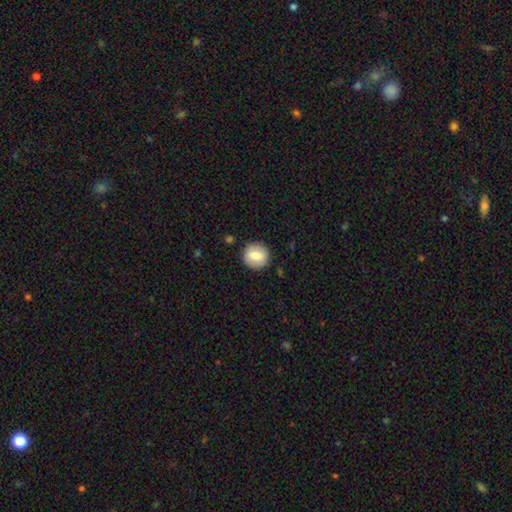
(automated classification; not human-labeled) Overall: smooth (76%). How rounded: round (88%). Merging: none (89%).